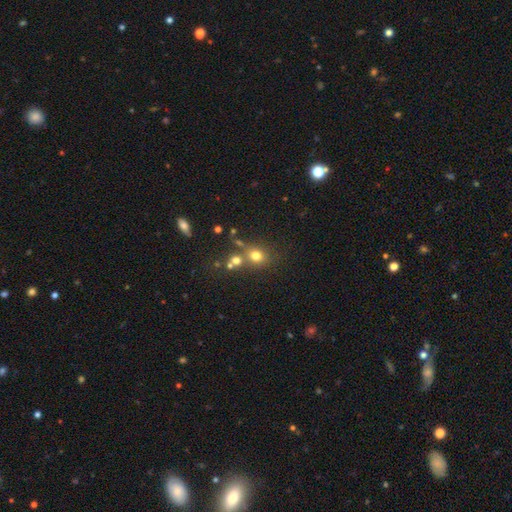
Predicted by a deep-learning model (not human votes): A smooth galaxy with no disk features (72%) that is round (77%).

Vote fractions:
- Smooth or featured? smooth: 72% / star or artifact: 18% / featured or disk: 10%
- How rounded? round: 77% / in between: 22% / cigar-shaped: 1%
- Merging? none: 61% / merger: 23% / minor disturbance: 11% / major disturbance: 5%